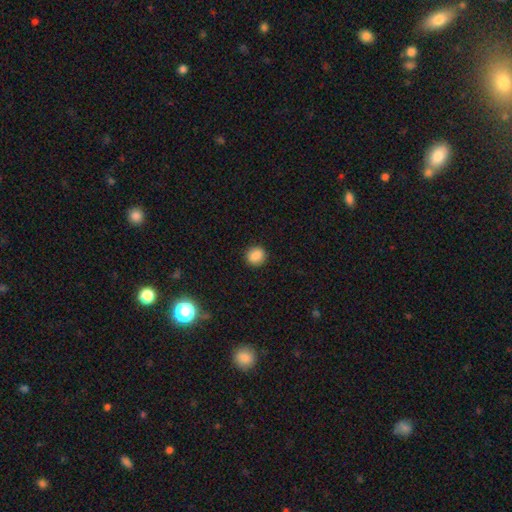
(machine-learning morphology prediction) smooth_or_featured: smooth (p=0.87) [alt: star or artifact p=0.09]
how_rounded: round (p=0.80) [alt: in between p=0.19]
merging: none (p=0.90) [alt: minor disturbance p=0.06]